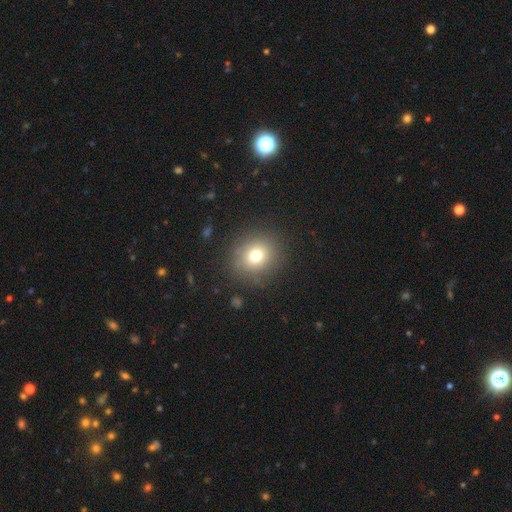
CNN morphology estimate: A smooth galaxy with no disk features (74%) that is round (81%). Merging: none (86%).